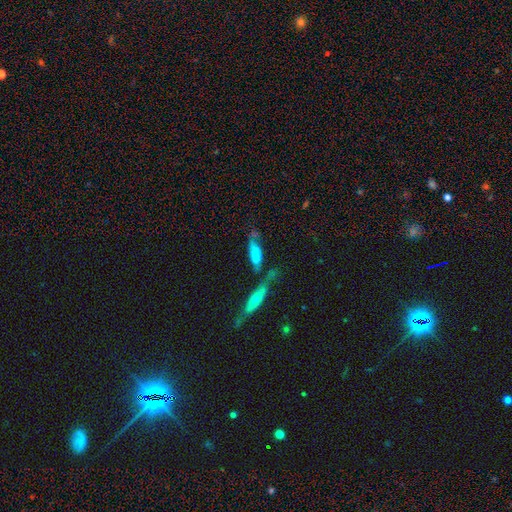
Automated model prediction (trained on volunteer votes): smooth-or-featured: smooth: 62% | featured or disk: 29% | star or artifact: 9%
  how-rounded: in between: 51% | cigar-shaped: 46% | round: 3%
  merging: none: 40% | merger: 33% | minor disturbance: 18% | major disturbance: 9%